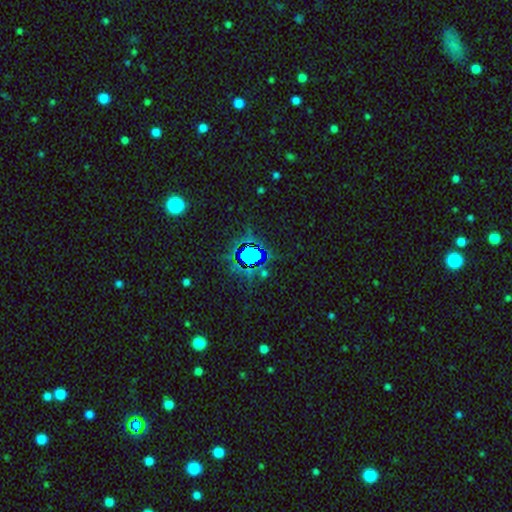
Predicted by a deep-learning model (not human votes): Q: Smooth or featured?
A: star or artifact (71%); runner-up: smooth (18%)